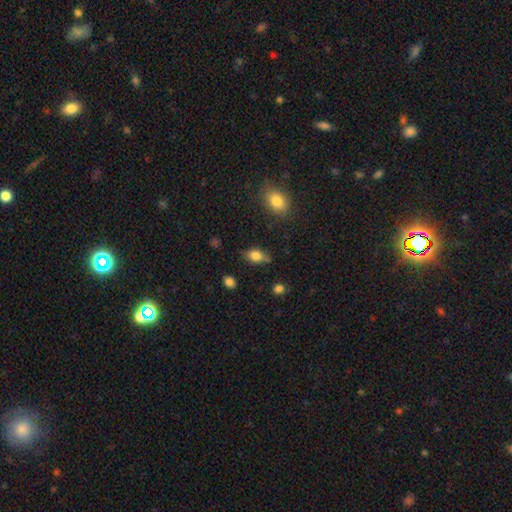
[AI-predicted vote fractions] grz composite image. It shows a smooth galaxy with no disk features (80%) that is in between round and cigar-shaped (82%). Merging: none (68%).